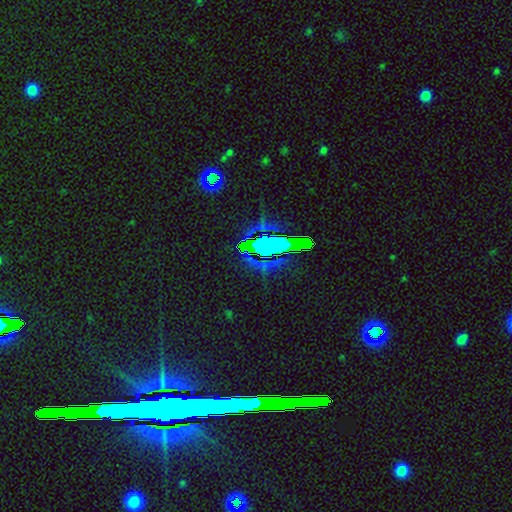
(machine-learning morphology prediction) A star or artifact, not a galaxy (79%).